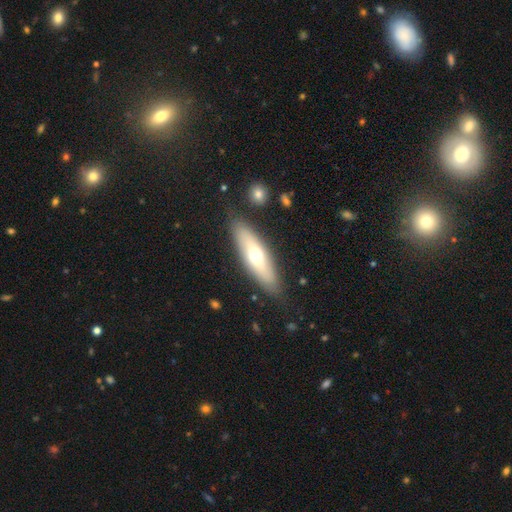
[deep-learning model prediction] Q: Smooth or featured?
A: smooth (54%); runner-up: featured or disk (40%)
Q: How rounded?
A: cigar-shaped (53%); runner-up: in between (45%)
Q: Merging?
A: none (84%); runner-up: minor disturbance (11%)